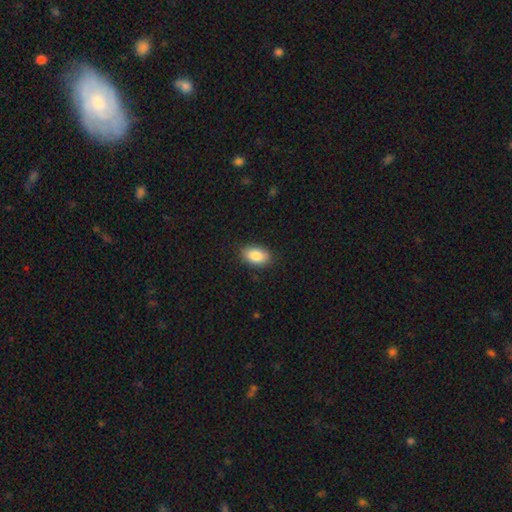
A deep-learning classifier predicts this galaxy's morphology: Smooth or featured? Predicted: smooth (p=0.86). How rounded? Predicted: in between (p=0.91). Merging? Predicted: none (p=0.87).